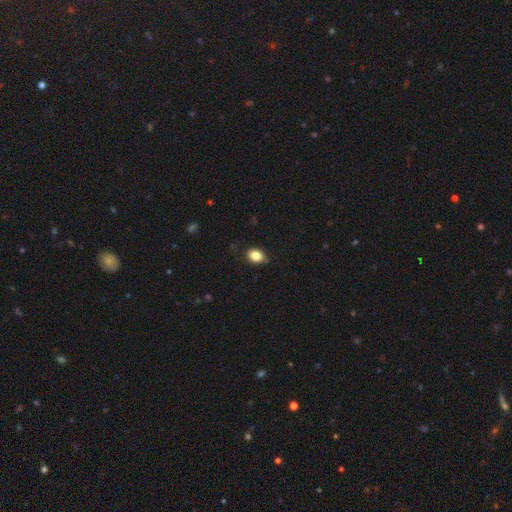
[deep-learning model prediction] This appears to be a smooth galaxy with no disk features (84%) that is in between round and cigar-shaped (69%). Merging: none (80%).